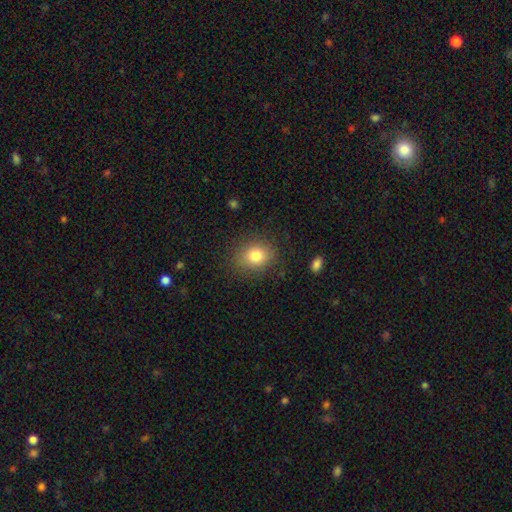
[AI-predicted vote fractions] A smooth galaxy with no disk features (81%) that is round (59%). Merging: none (84%).